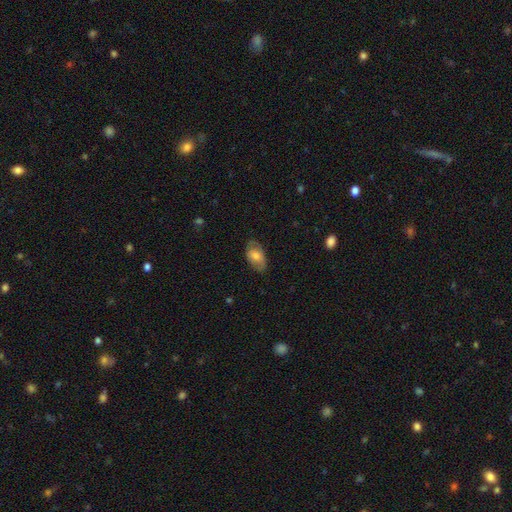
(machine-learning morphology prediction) smooth-or-featured: smooth: 64% | featured or disk: 29% | star or artifact: 7%
  how-rounded: in between: 92% | round: 6% | cigar-shaped: 2%
  merging: none: 75% | minor disturbance: 19% | major disturbance: 5% | merger: 1%